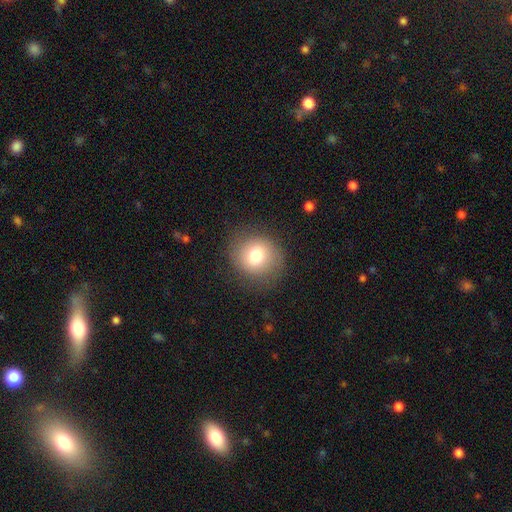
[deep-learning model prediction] This appears to be a smooth galaxy with no disk features (76%) that is round (84%). Merging: none (82%).